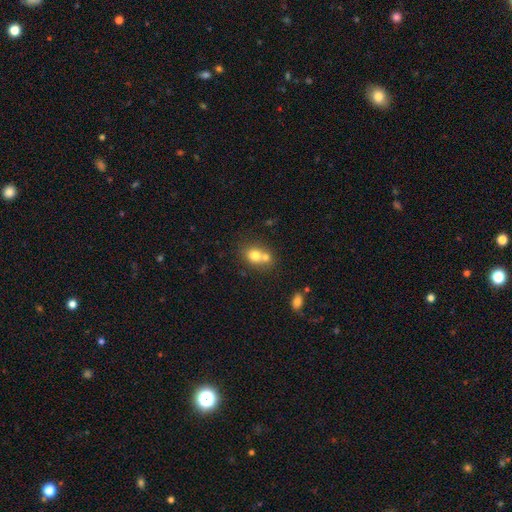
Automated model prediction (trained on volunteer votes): A smooth galaxy with no disk features (74%) that is round (62%).

Vote fractions:
- Smooth or featured? smooth: 74% / featured or disk: 15% / star or artifact: 11%
- How rounded? round: 62% / in between: 37% / cigar-shaped: 1%
- Merging? merger: 54% / none: 35% / minor disturbance: 7% / major disturbance: 3%